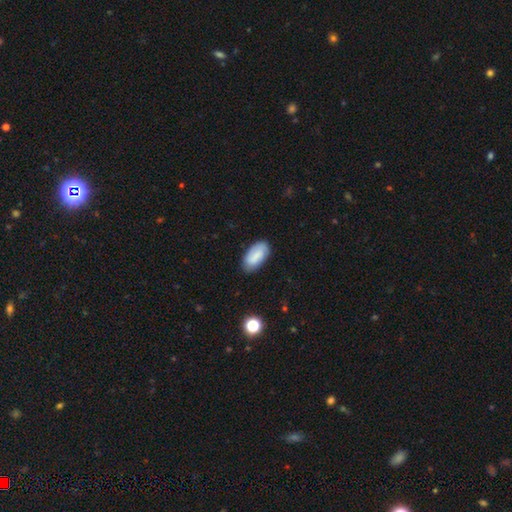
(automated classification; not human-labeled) Smooth or featured: smooth — 75% (featured or disk — 18%)
How rounded: in between — 94% (cigar-shaped — 4%)
Merging: none — 80% (minor disturbance — 16%)